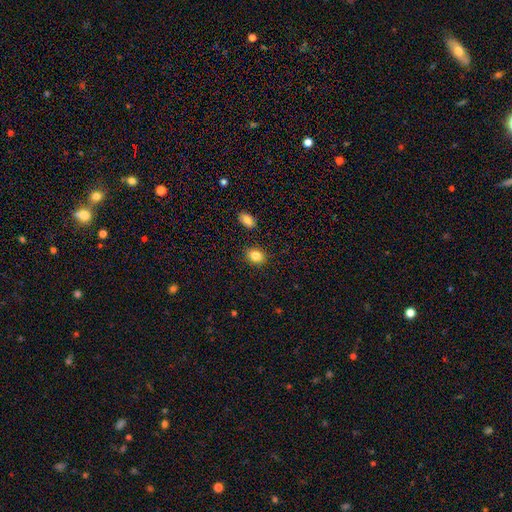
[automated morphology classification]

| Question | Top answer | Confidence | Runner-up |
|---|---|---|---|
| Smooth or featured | smooth | 85% | star or artifact (10%) |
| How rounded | in between | 57% | round (42%) |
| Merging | none | 86% | minor disturbance (9%) |